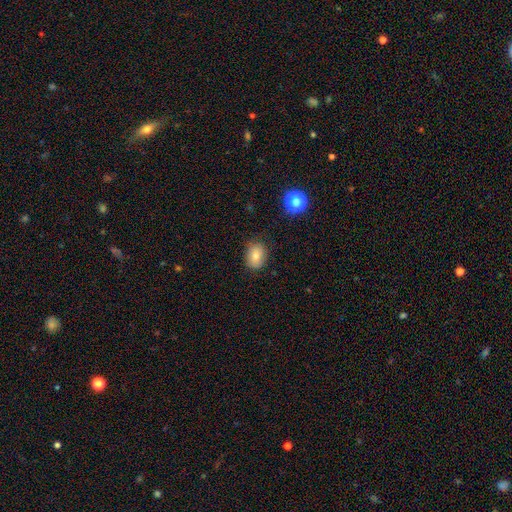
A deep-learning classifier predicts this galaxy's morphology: This appears to be a smooth galaxy with no disk features (77%) that is in between round and cigar-shaped (66%). Merging: none (82%).